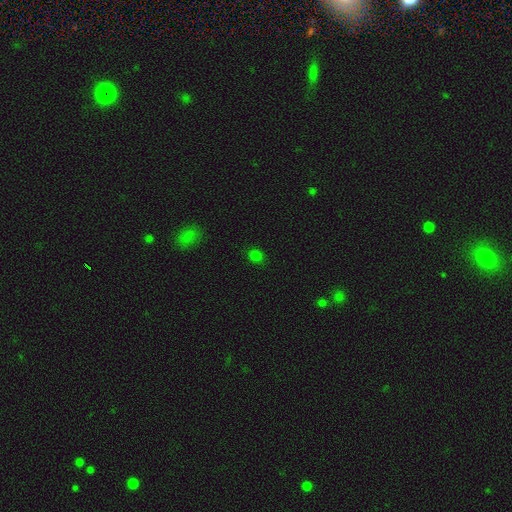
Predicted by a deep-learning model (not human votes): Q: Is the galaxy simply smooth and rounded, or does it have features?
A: smooth — 77%.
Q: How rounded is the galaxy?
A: round — 75%.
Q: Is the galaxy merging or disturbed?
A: none — 89%.